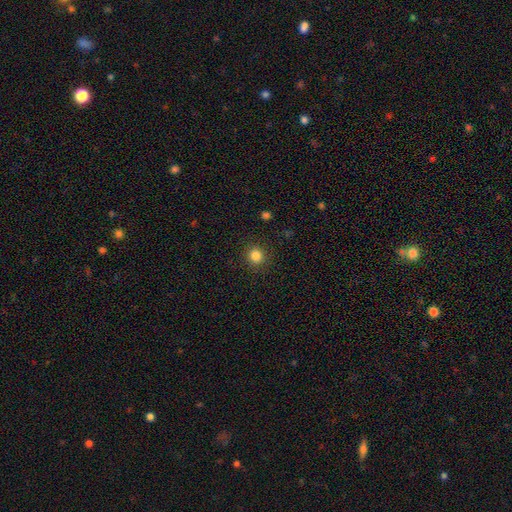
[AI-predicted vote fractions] This is clearly a smooth galaxy (84%). How rounded: clearly round (90%). Merging: clearly none (90%).